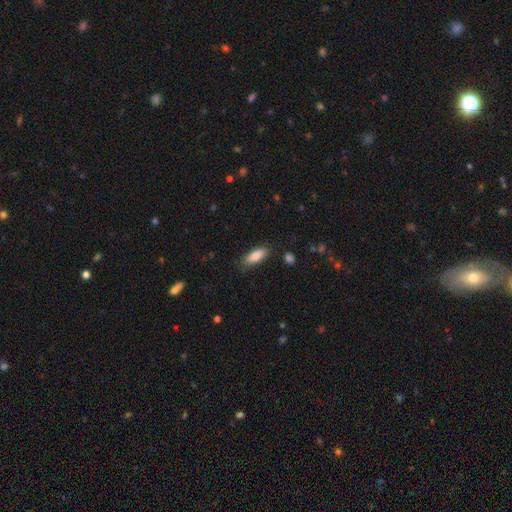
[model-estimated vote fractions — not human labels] Morphology: type=smooth (85%); roundness=in between (75%); merging=none (80%).